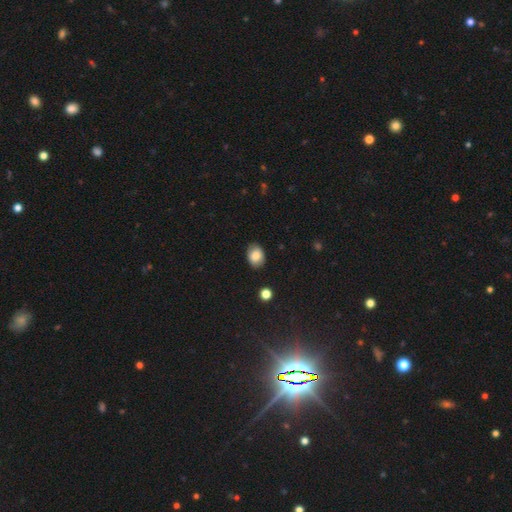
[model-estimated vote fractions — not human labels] Q: Smooth or featured?
A: smooth (83%); runner-up: featured or disk (9%)
Q: How rounded?
A: in between (68%); runner-up: round (32%)
Q: Merging?
A: none (85%); runner-up: minor disturbance (11%)